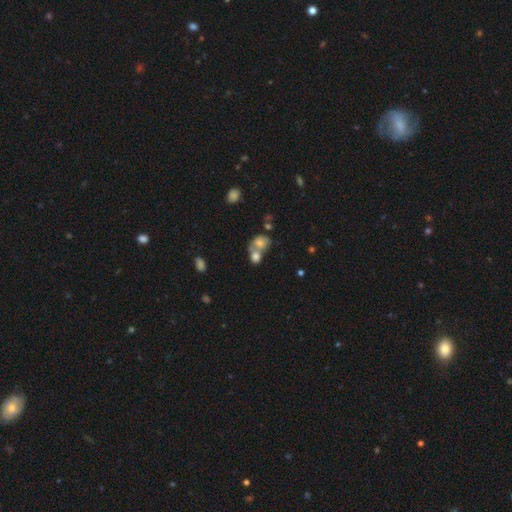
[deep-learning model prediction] smooth 72%, featured or disk 16%, star or artifact 12%. Down the decision tree: how rounded — round (49%, tied with in between); merging — merger (66%).